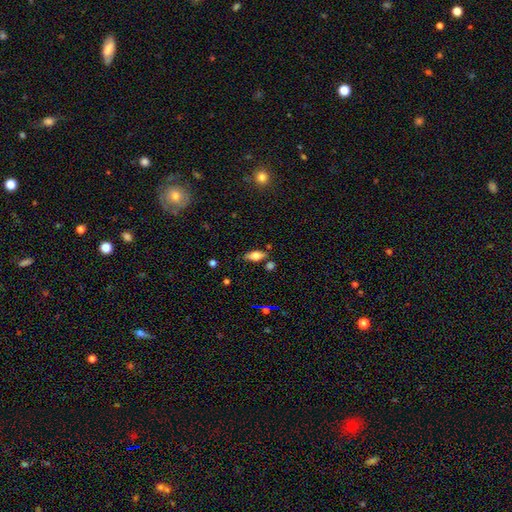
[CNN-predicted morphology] Smooth or featured?
  - smooth: 68% *
  - featured or disk: 23%
  - star or artifact: 9%
How rounded?
  - in between: 80% *
  - cigar-shaped: 17%
  - round: 3%
Merging?
  - none: 74% *
  - minor disturbance: 16%
  - merger: 7%
  - major disturbance: 4%